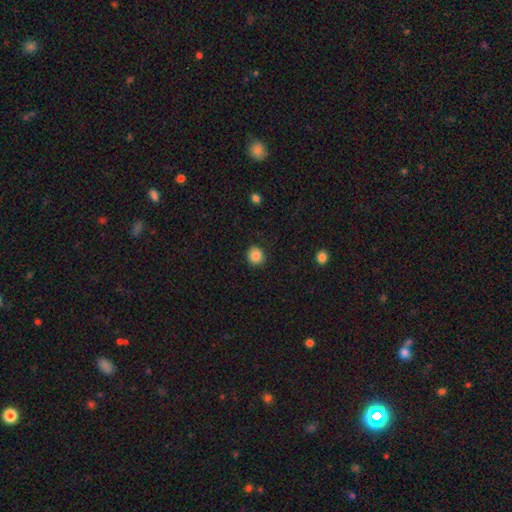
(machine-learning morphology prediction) Smooth or featured? smooth (86%)
How rounded? round (83%)
Merging? none (89%)